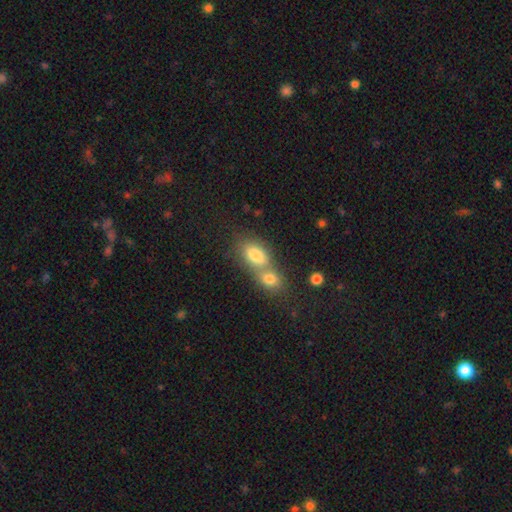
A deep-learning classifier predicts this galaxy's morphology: Q: Smooth or featured?
A: smooth (79%); runner-up: featured or disk (12%)
Q: How rounded?
A: in between (84%); runner-up: round (12%)
Q: Merging?
A: merger (62%); runner-up: none (28%)